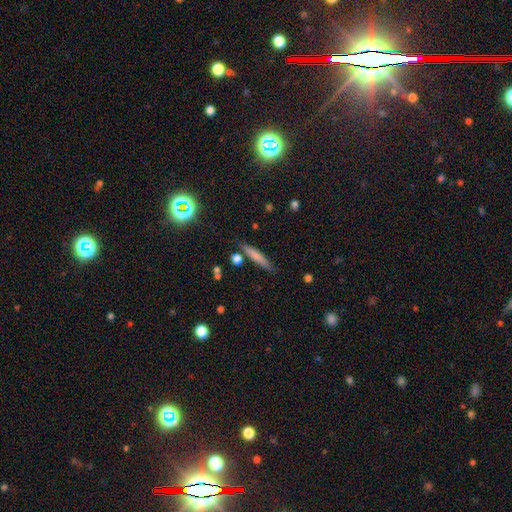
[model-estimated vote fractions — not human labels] Smooth or featured?
  - smooth: 69% *
  - featured or disk: 23%
  - star or artifact: 8%
How rounded?
  - cigar-shaped: 90% *
  - in between: 8%
  - round: 2%
Merging?
  - none: 80% *
  - minor disturbance: 12%
  - merger: 4%
  - major disturbance: 3%